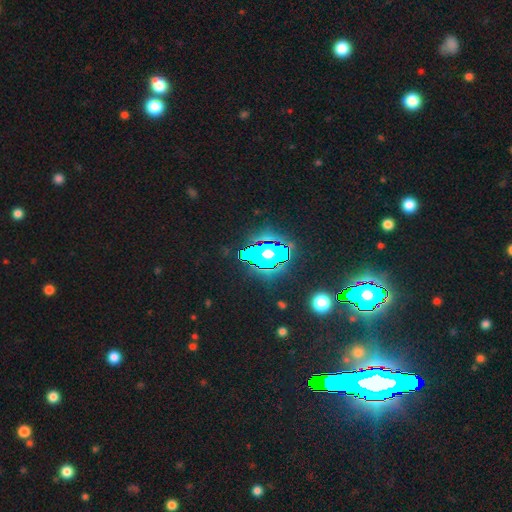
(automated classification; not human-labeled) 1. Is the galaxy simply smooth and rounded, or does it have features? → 73% star or artifact, 14% smooth, 13% featured or disk.